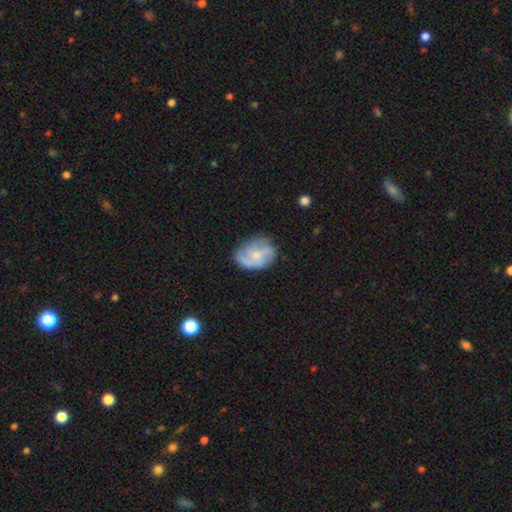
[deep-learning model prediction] This is likely a featured or disk galaxy (62%). It is clearly not viewed edge-on (97%). Bar: likely no (68%). Spiral arm pattern: clearly yes (86%). Spiral arm count: marginally 2 (31%). Spiral winding: marginally medium (43%). Central bulge: possibly small (49%). Merging: likely none (66%).